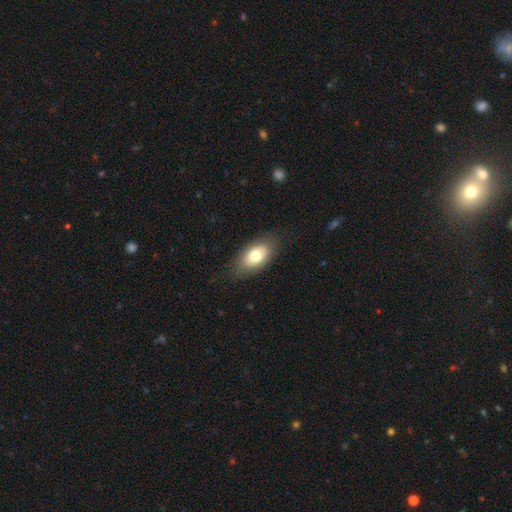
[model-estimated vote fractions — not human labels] Smooth or featured? smooth (74%)
How rounded? in between (91%)
Merging? none (81%)